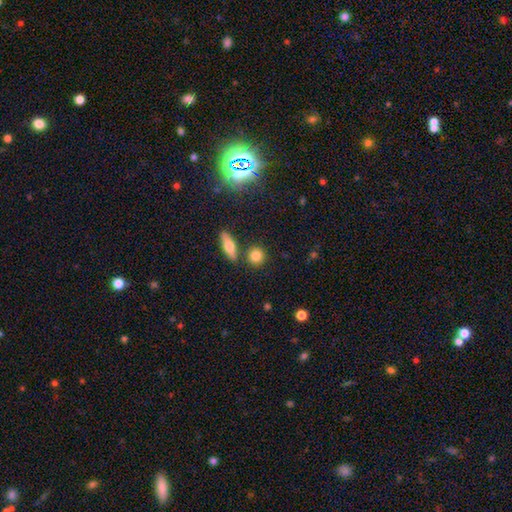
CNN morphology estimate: smooth_or_featured: smooth (p=0.82) [alt: star or artifact p=0.09]
how_rounded: round (p=0.82) [alt: in between p=0.14]
merging: none (p=0.81) [alt: merger p=0.08]